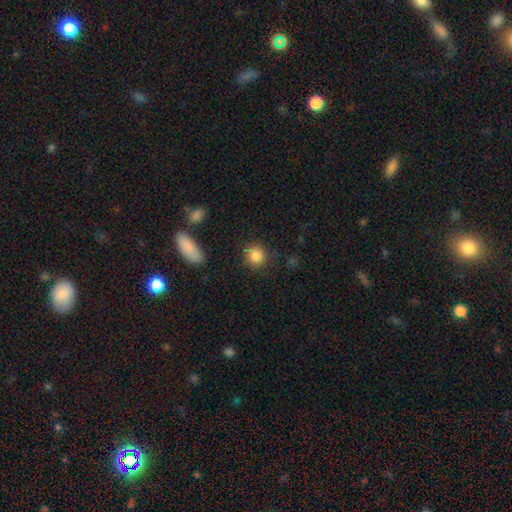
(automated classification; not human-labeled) A smooth galaxy with no disk features (86%) that is round (87%). Merging: none (85%).